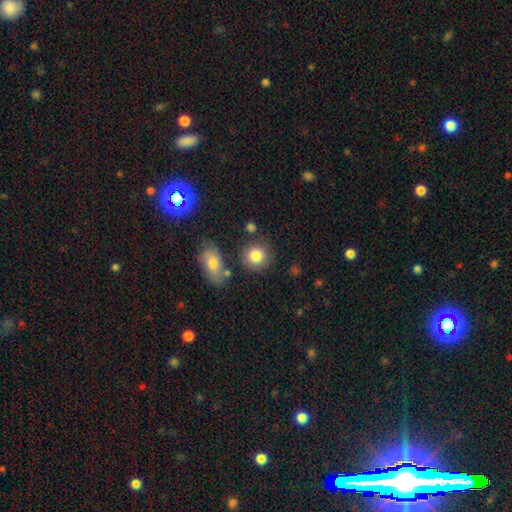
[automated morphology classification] A smooth galaxy with no disk features (83%) that is round (85%). Merging: none (77%).